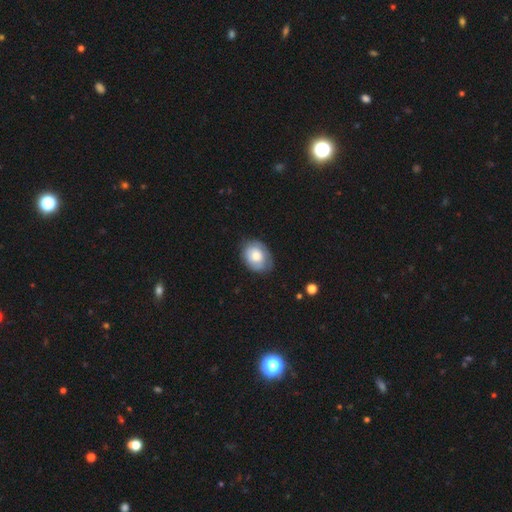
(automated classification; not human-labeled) This is likely a smooth galaxy (68%). How rounded: possibly in between (58%). Merging: likely none (68%).